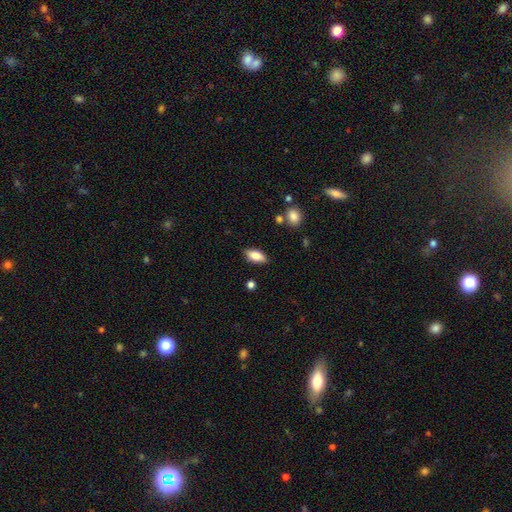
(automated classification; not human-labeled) smooth-or-featured: smooth: 81% | featured or disk: 12% | star or artifact: 7%
  how-rounded: in between: 87% | cigar-shaped: 10% | round: 3%
  merging: none: 83% | minor disturbance: 12% | major disturbance: 3% | merger: 2%